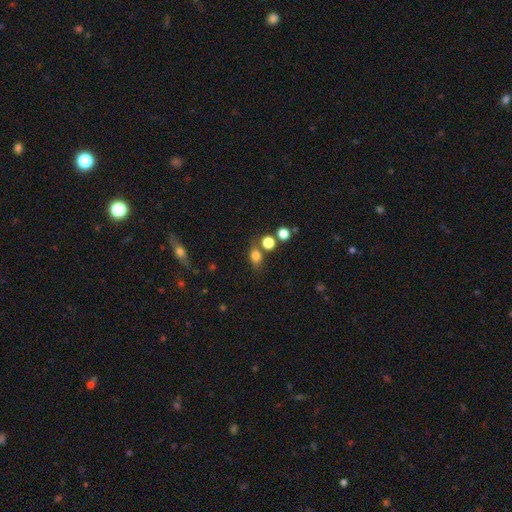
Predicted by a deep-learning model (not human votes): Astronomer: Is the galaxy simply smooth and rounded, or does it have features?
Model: smooth — 77%.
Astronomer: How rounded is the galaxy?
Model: in between — 60% (runner-up: round, 38%).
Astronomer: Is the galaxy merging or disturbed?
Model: none — 63%.